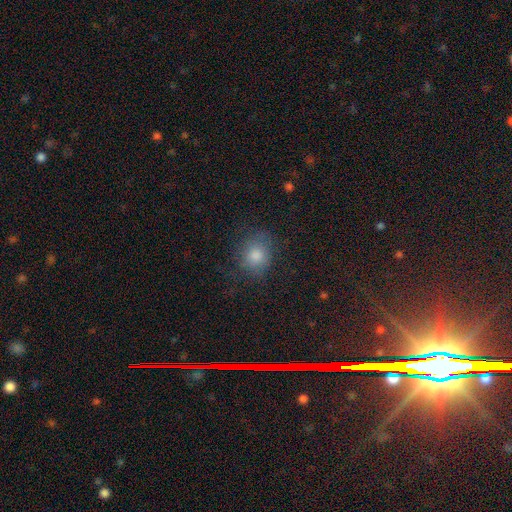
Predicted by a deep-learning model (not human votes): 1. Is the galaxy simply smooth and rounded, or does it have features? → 79% smooth, 13% star or artifact, 8% featured or disk.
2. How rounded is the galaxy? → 71% round, 28% in between, 1% cigar-shaped.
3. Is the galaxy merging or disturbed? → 76% none, 16% minor disturbance, 7% major disturbance, 1% merger.